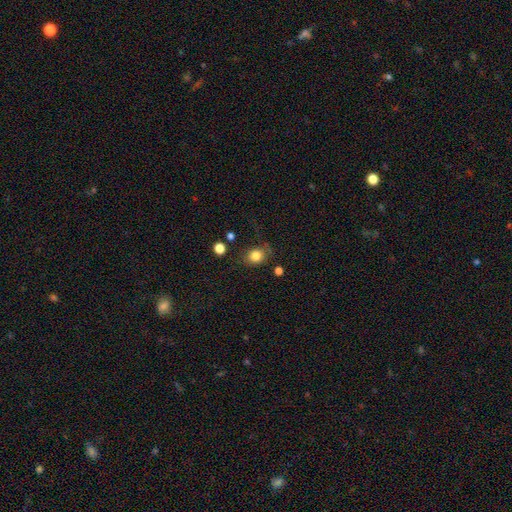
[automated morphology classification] Smooth or featured? Predicted: smooth (p=0.82). How rounded? Predicted: round (p=0.65). Merging? Predicted: none (p=0.73).